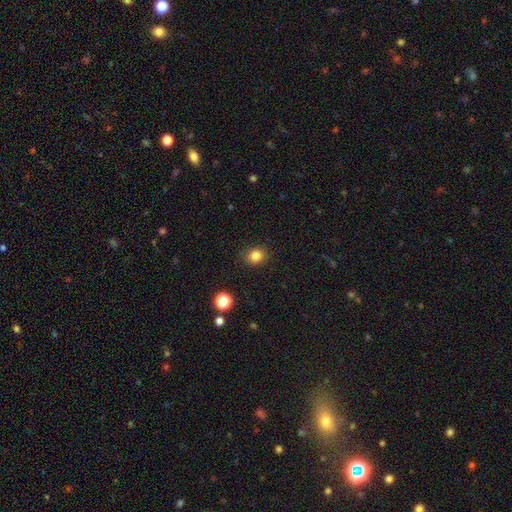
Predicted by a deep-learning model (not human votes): The model was most divided on "how rounded": round: 71%, in between: 28%, cigar-shaped: 1%. More confident: merging — none (86%); smooth or featured — smooth (83%).